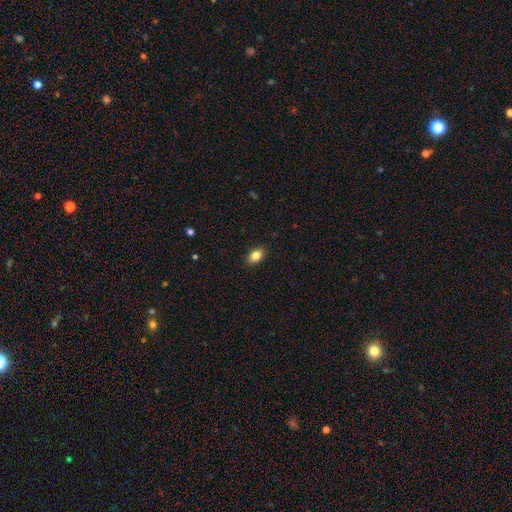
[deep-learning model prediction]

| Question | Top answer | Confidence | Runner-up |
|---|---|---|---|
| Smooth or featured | smooth | 84% | star or artifact (9%) |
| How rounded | in between | 85% | round (14%) |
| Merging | none | 88% | minor disturbance (9%) |